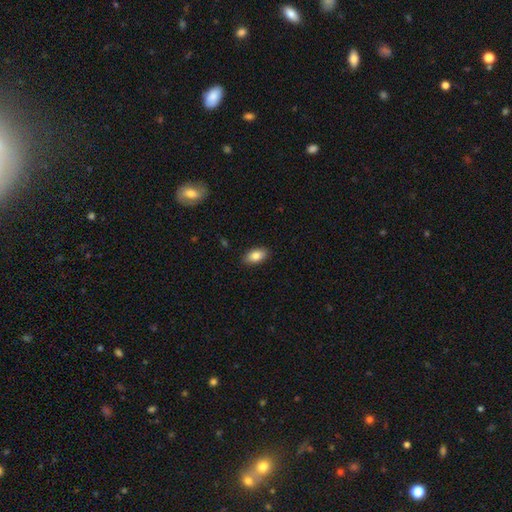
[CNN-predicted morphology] smooth-or-featured: smooth: 85% | featured or disk: 8% | star or artifact: 7%
  how-rounded: in between: 92% | round: 5% | cigar-shaped: 3%
  merging: none: 88% | minor disturbance: 9% | major disturbance: 2% | merger: 1%